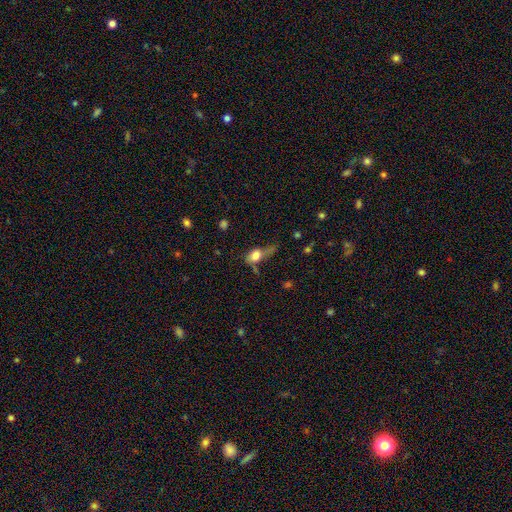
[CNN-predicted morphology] smooth 73%, featured or disk 17%, star or artifact 10%. Down the decision tree: how rounded — in between (70%); merging — major disturbance (32%).